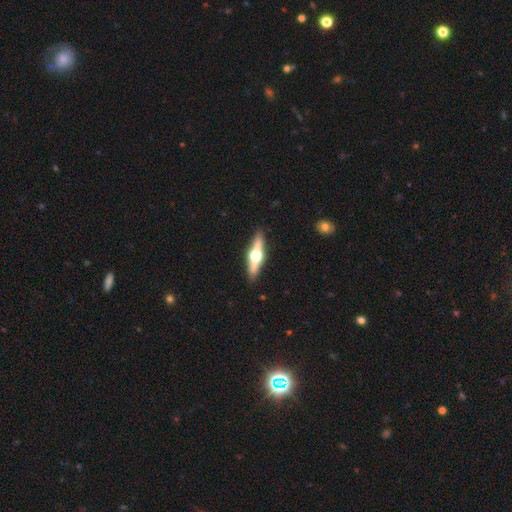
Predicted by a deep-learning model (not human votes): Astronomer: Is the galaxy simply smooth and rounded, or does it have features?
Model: featured or disk — 71%.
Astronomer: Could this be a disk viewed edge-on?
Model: yes — 96%.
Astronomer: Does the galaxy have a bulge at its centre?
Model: rounded — 96%.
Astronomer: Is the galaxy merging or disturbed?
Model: none — 90%.